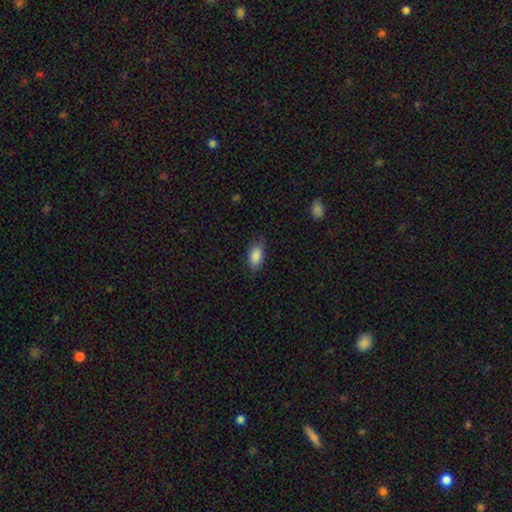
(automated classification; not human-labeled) Smooth or featured?
  - smooth: 88% *
  - star or artifact: 7%
  - featured or disk: 5%
How rounded?
  - in between: 92% *
  - round: 4%
  - cigar-shaped: 4%
Merging?
  - none: 78% *
  - minor disturbance: 17%
  - major disturbance: 4%
  - merger: 1%